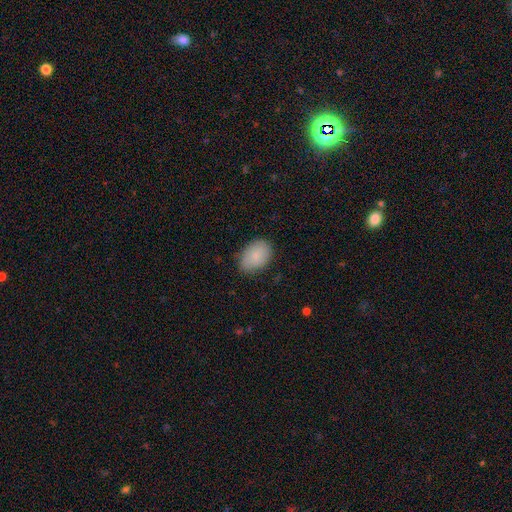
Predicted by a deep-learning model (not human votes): A smooth galaxy with no disk features (87%) that is in between round and cigar-shaped (85%).

Vote fractions:
- Smooth or featured? smooth: 87% / featured or disk: 7% / star or artifact: 7%
- How rounded? in between: 85% / round: 14% / cigar-shaped: 1%
- Merging? none: 79% / minor disturbance: 17% / major disturbance: 3% / merger: 1%